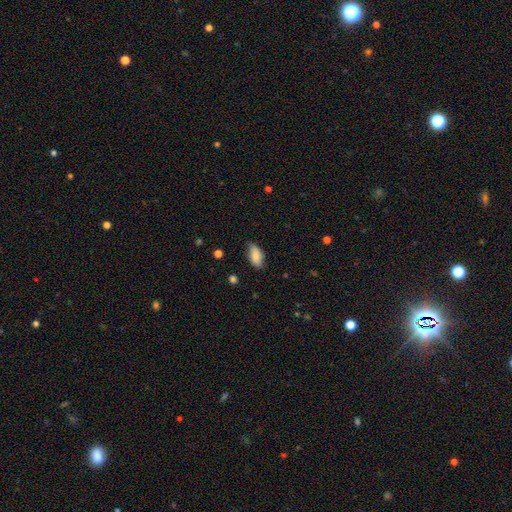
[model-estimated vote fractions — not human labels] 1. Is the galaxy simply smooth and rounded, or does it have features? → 83% smooth, 10% featured or disk, 7% star or artifact.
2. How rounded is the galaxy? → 92% in between, 5% cigar-shaped, 3% round.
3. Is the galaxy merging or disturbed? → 71% none, 24% minor disturbance, 4% major disturbance, 1% merger.